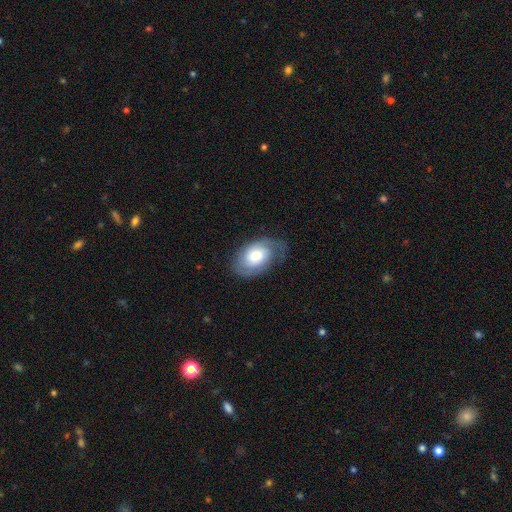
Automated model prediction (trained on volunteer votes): A featured or disk galaxy (59%) with no bar (74%), spiral arms (83%) and a moderate central bulge (55%).

Vote fractions:
- Smooth or featured? featured or disk: 59% / smooth: 35% / star or artifact: 6%
- Edge-on disk? no: 95% / yes: 5%
- Bar? no: 74% / weak: 22% / strong: 4%
- Spiral arms? yes: 83% / no: 17%
- Bulge size? moderate: 55% / large: 28% / small: 12% / dominant: 4% / none: 2%
- Merging? none: 63% / minor disturbance: 24% / major disturbance: 12% / merger: 1%